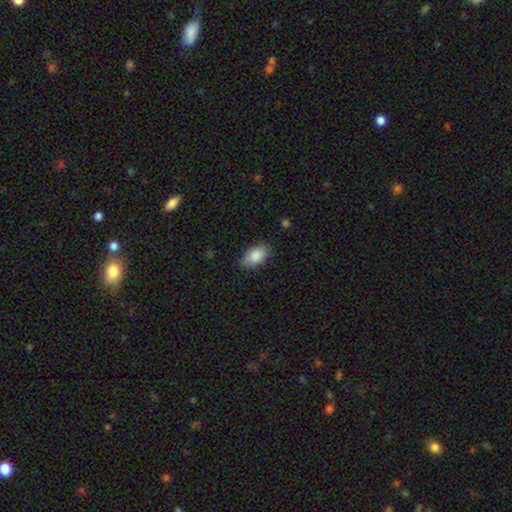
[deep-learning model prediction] Smooth or featured? smooth (87%)
How rounded? in between (93%)
Merging? none (85%)